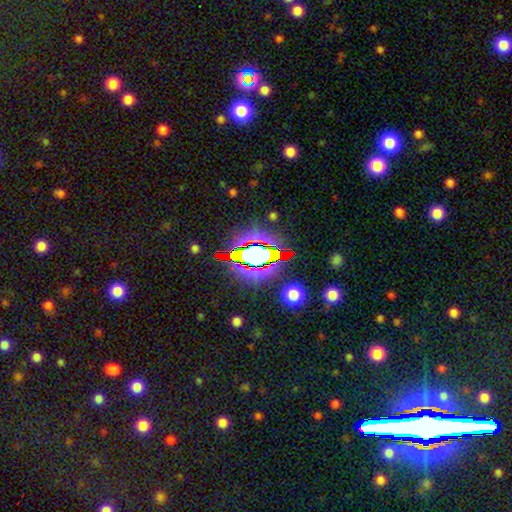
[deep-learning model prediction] Smooth or featured? Predicted: star or artifact (p=0.74).